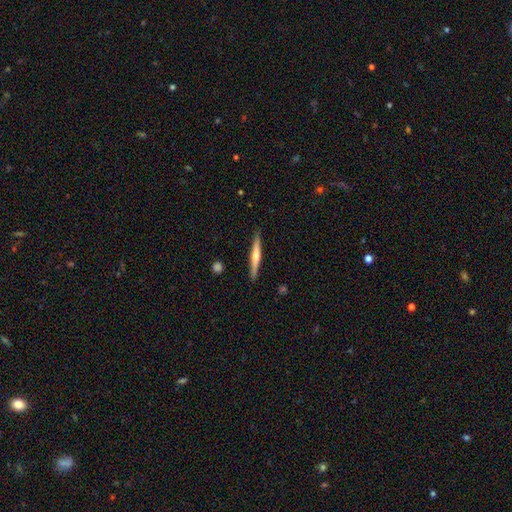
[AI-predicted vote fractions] This is possibly a featured or disk galaxy (55%). It is clearly viewed edge-on (97%). Edge-on bulge: likely rounded (74%). Merging: clearly none (90%).